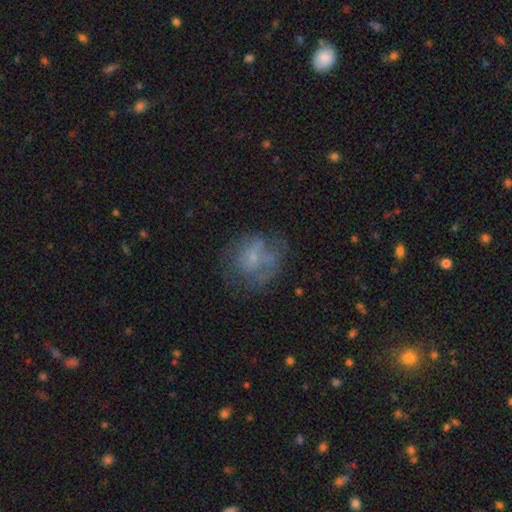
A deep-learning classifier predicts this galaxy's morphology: smooth-or-featured: smooth: 44% | featured or disk: 43% | star or artifact: 14%
  merging: none: 52% | major disturbance: 23% | minor disturbance: 21% | merger: 4%